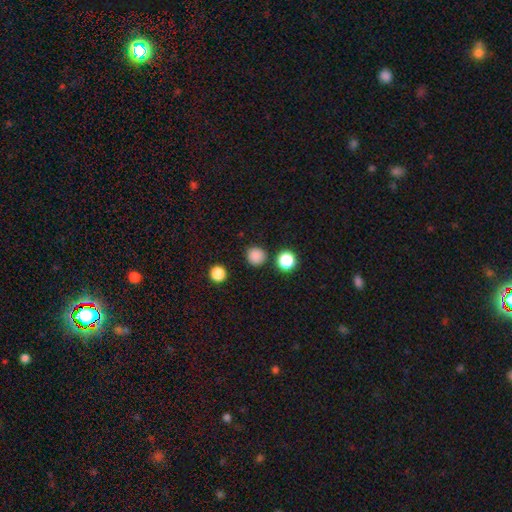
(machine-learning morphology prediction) smooth 84%, star or artifact 13%, featured or disk 3%. Down the decision tree: how rounded — round (92%); merging — none (87%).